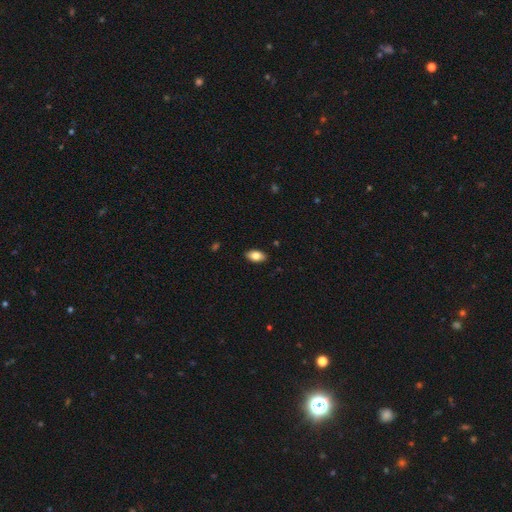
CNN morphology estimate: A smooth galaxy with no disk features (82%) that is in between round and cigar-shaped (92%). Merging: none (89%).